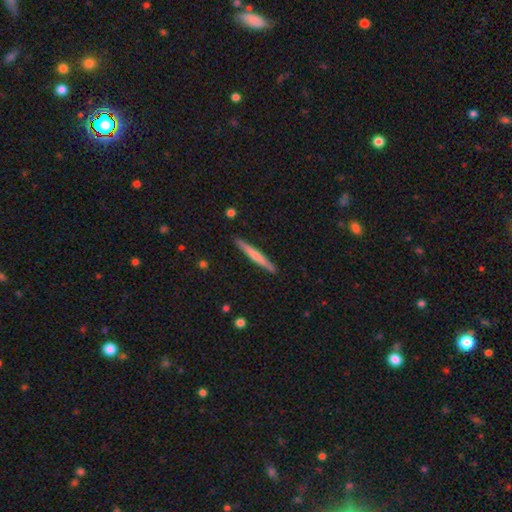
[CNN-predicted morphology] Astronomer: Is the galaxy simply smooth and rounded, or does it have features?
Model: smooth — 54% (runner-up: featured or disk, 40%).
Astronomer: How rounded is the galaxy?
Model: cigar-shaped — 96%.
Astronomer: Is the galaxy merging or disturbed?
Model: none — 91%.